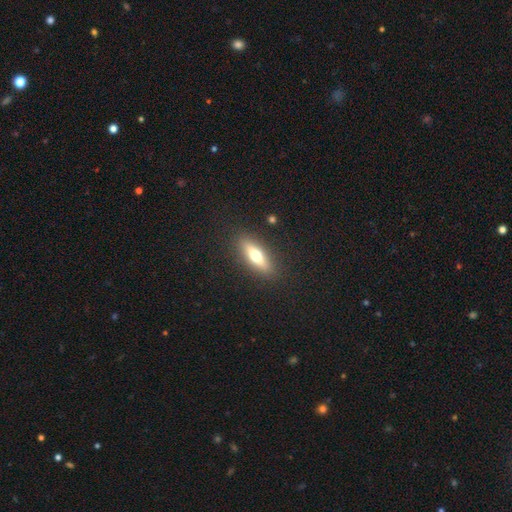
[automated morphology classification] Smooth or featured: smooth — 56% (featured or disk — 37%)
How rounded: cigar-shaped — 49% (in between — 48%)
Merging: none — 88% (minor disturbance — 8%)